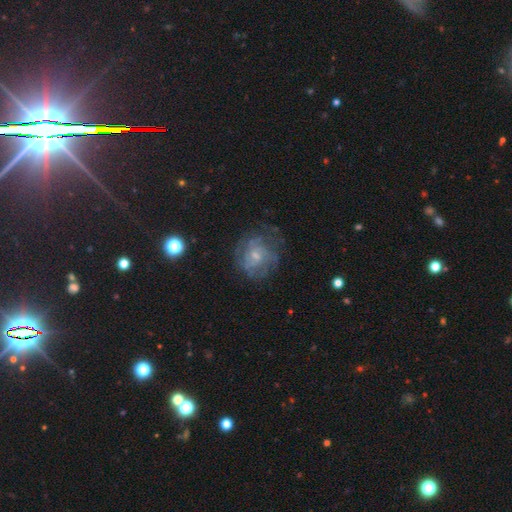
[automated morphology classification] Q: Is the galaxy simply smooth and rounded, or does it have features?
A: featured or disk — 68%.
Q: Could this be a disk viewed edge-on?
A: no — 98%.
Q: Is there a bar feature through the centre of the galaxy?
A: no — 60%.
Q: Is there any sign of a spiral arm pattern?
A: yes — 78%.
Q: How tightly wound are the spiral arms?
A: tight — 53%.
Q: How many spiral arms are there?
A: can't tell — 54%.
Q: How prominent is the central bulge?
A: small — 58%.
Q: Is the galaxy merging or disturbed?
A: none — 66%.